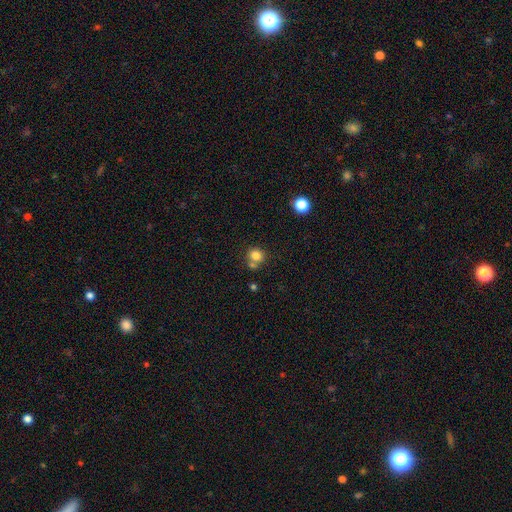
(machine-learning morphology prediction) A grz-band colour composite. It shows a smooth galaxy with no disk features (81%) that is round (85%). Merging: none (61%).